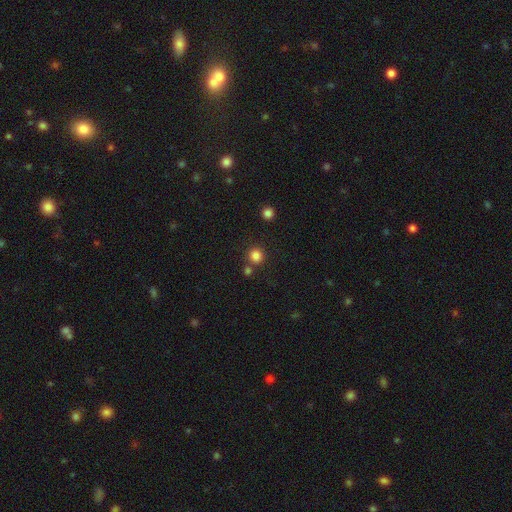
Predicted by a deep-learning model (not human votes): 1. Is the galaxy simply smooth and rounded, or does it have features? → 82% smooth, 13% star or artifact, 4% featured or disk.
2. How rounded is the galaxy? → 93% round, 6% in between, 1% cigar-shaped.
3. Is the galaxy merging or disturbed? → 77% none, 13% merger, 7% minor disturbance, 3% major disturbance.